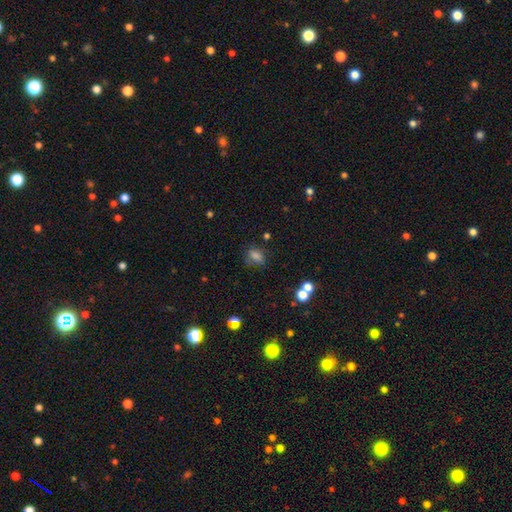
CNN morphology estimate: Q: Smooth or featured?
A: smooth (76%); runner-up: star or artifact (14%)
Q: How rounded?
A: in between (71%); runner-up: round (26%)
Q: Merging?
A: none (69%); runner-up: minor disturbance (19%)